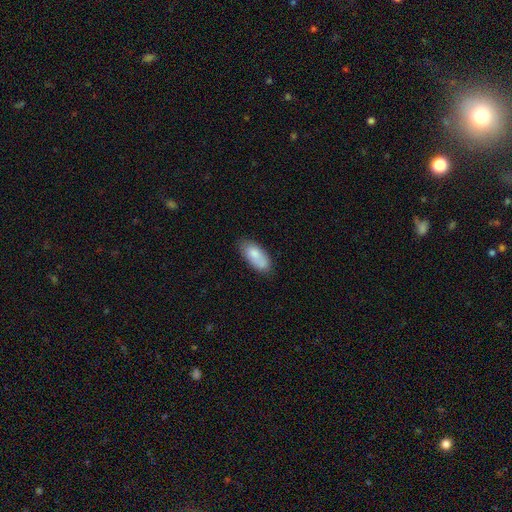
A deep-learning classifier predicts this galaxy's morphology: This is clearly a smooth galaxy (80%). How rounded: clearly in between (88%). Merging: likely none (68%).